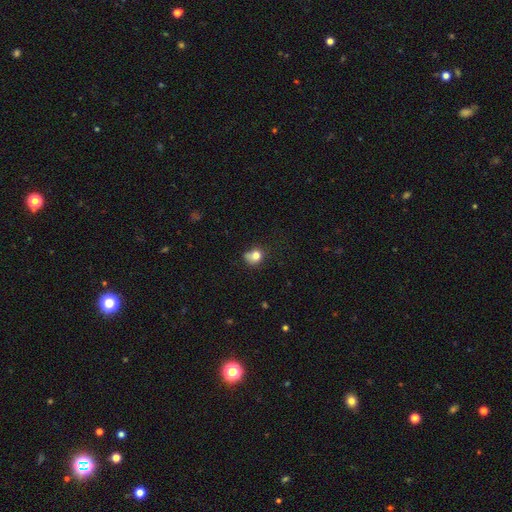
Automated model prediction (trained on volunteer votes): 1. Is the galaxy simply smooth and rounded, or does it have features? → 79% smooth, 11% star or artifact, 10% featured or disk.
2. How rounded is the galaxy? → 64% round, 35% in between, 1% cigar-shaped.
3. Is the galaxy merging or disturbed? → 43% none, 32% minor disturbance, 15% major disturbance, 10% merger.